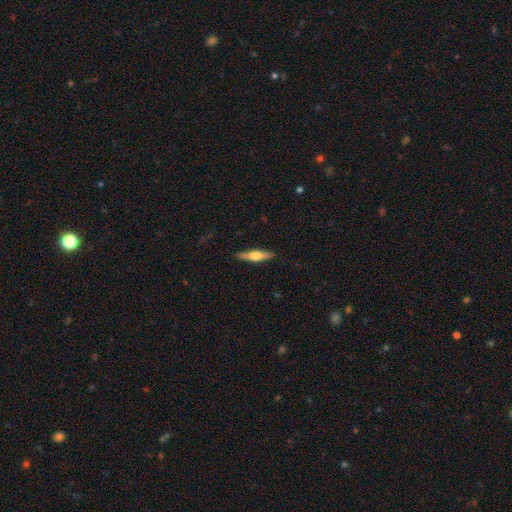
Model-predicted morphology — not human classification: The model was most divided on "smooth or featured": smooth: 50%, featured or disk: 45%, star or artifact: 5%. More confident: merging — none (90%).